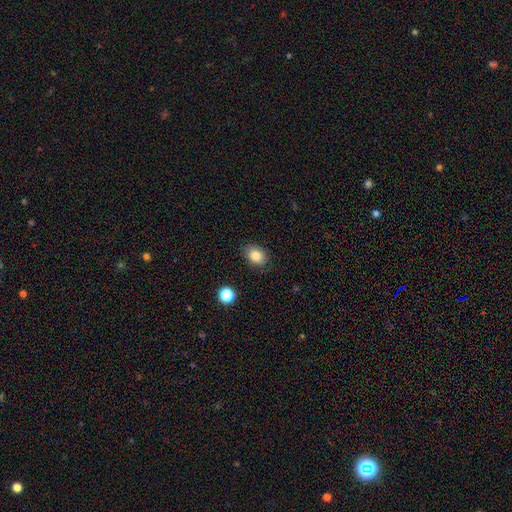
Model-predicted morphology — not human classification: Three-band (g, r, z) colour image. It shows a smooth galaxy with no disk features (83%) that is in between round and cigar-shaped (71%). Merging: none (85%).